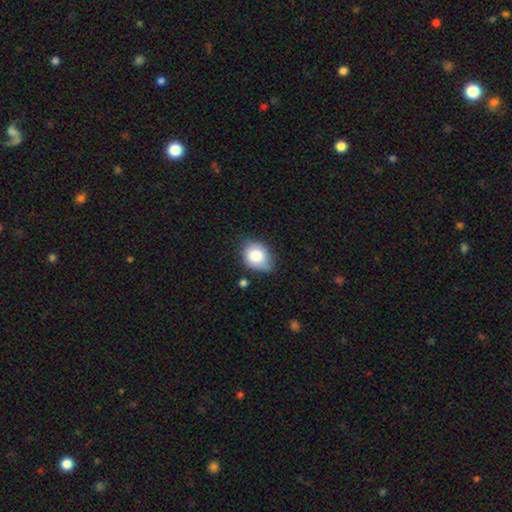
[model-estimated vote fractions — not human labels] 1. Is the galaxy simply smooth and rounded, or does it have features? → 81% smooth, 11% featured or disk, 8% star or artifact.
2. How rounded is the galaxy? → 53% in between, 46% round, 1% cigar-shaped.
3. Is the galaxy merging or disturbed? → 58% none, 32% minor disturbance, 6% major disturbance, 4% merger.